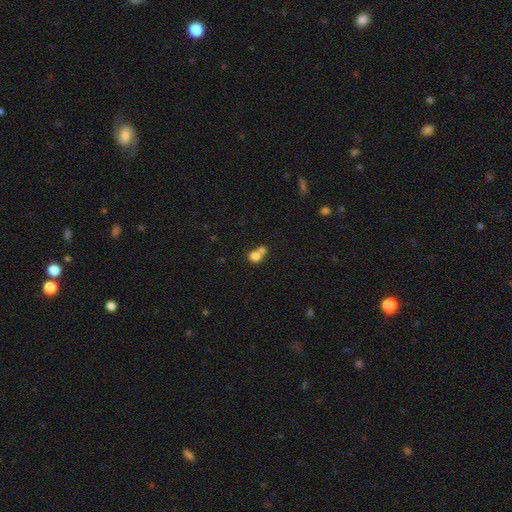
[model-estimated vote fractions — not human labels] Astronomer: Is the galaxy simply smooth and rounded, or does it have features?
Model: smooth — 78%.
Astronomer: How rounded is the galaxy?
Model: round — 76%.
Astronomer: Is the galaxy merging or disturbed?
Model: merger — 61%.